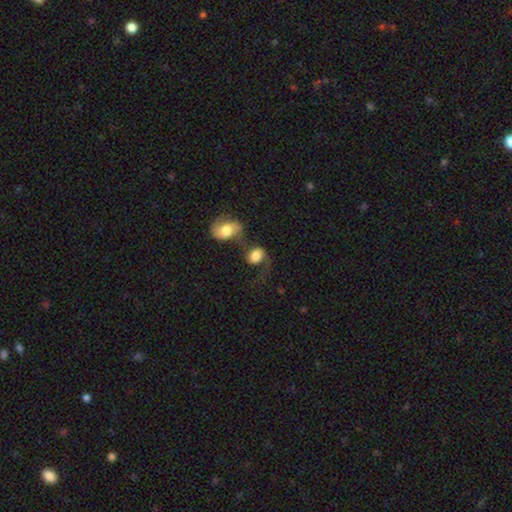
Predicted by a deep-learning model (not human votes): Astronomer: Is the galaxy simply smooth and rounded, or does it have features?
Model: smooth — 58%.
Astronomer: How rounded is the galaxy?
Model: in between — 56% (runner-up: round, 42%).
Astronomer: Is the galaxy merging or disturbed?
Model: merger — 47% (runner-up: none, 23%).